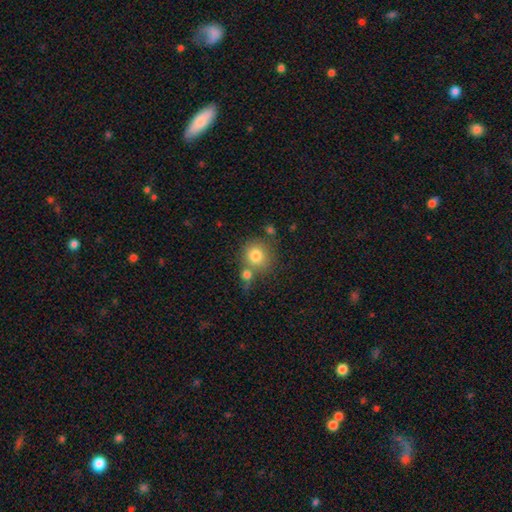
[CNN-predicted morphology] Smooth or featured?
  - smooth: 79% *
  - featured or disk: 11%
  - star or artifact: 10%
How rounded?
  - round: 86% *
  - in between: 13%
  - cigar-shaped: 1%
Merging?
  - none: 57% *
  - merger: 28%
  - minor disturbance: 11%
  - major disturbance: 4%